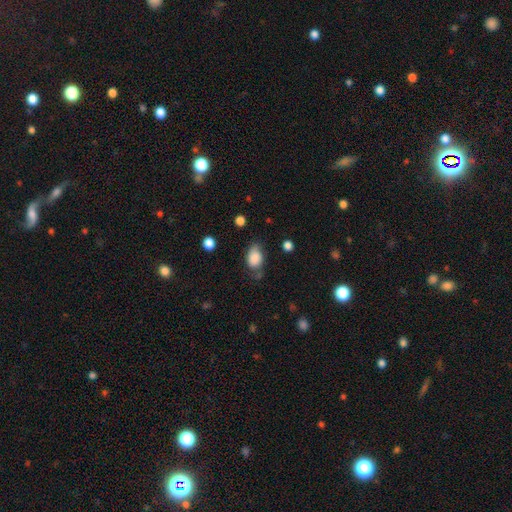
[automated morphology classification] Smooth or featured: smooth — 84% (star or artifact — 8%)
How rounded: in between — 80% (round — 19%)
Merging: none — 56% (minor disturbance — 30%)